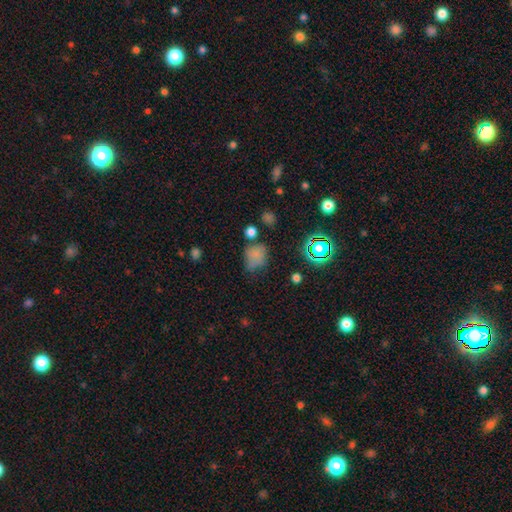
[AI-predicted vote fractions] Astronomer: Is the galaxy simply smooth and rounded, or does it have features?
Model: smooth — 69%.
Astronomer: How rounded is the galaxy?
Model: round — 54% (runner-up: in between, 45%).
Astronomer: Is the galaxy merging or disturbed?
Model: none — 48% (runner-up: minor disturbance, 28%).